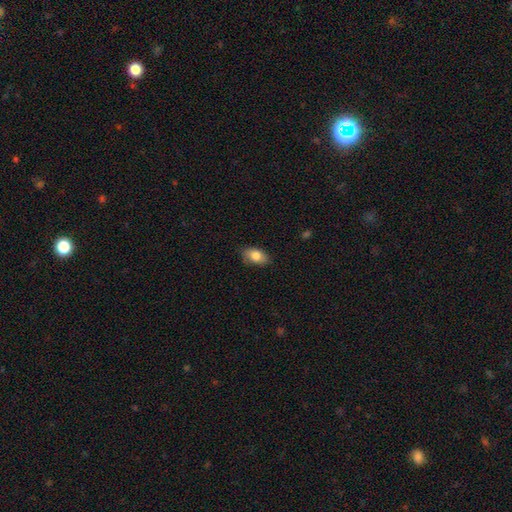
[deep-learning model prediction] A smooth galaxy with no disk features (81%) that is in between round and cigar-shaped (90%).

Vote fractions:
- Smooth or featured? smooth: 81% / featured or disk: 12% / star or artifact: 7%
- How rounded? in between: 90% / round: 7% / cigar-shaped: 3%
- Merging? none: 80% / minor disturbance: 16% / major disturbance: 3% / merger: 1%